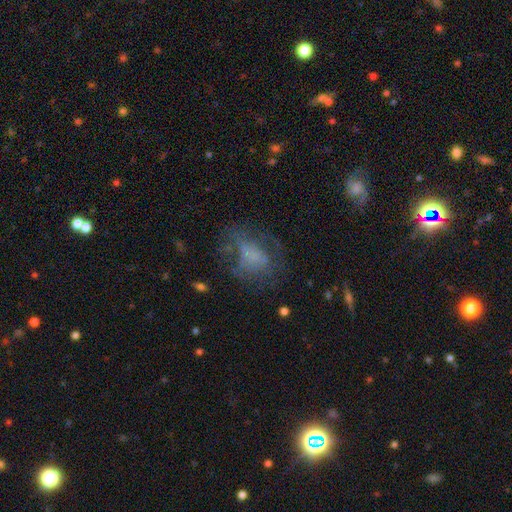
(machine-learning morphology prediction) type=smooth (42%); merging=none (59%).